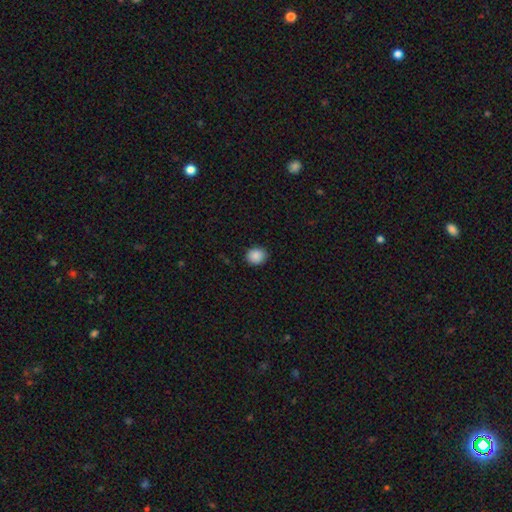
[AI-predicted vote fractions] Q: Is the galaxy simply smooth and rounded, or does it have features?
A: smooth — 88%.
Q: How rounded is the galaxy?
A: round — 71%.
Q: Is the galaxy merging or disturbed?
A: none — 89%.